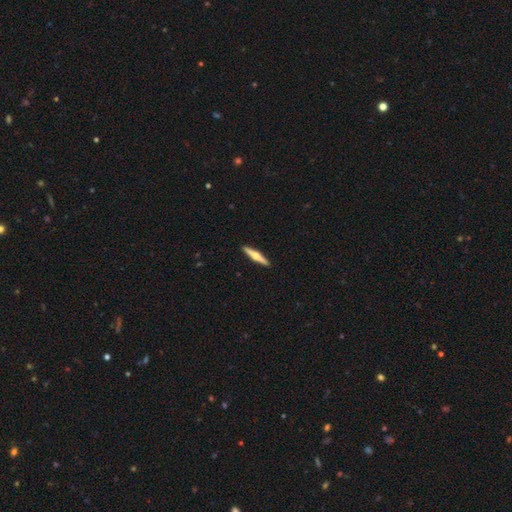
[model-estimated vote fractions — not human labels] smooth-or-featured: featured or disk: 62% | smooth: 33% | star or artifact: 5%
  disk-edge-on: yes: 98% | no: 2%
    edge-on-bulge: rounded: 92% | boxy: 4% | none: 4%
  merging: none: 92% | minor disturbance: 6% | major disturbance: 1% | merger: 1%